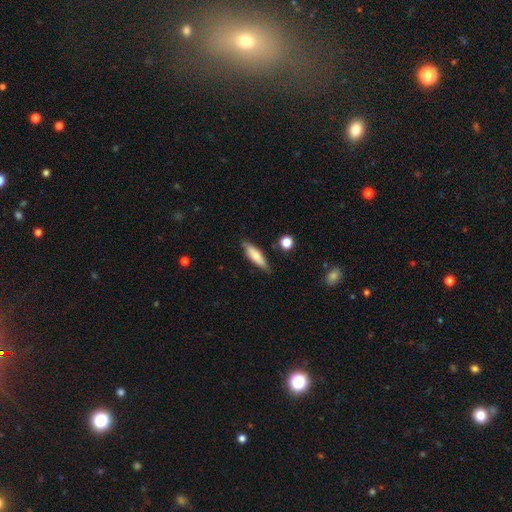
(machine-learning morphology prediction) smooth-or-featured: smooth: 77% | featured or disk: 17% | star or artifact: 6%
  how-rounded: cigar-shaped: 63% | in between: 35% | round: 2%
  merging: none: 83% | minor disturbance: 13% | major disturbance: 2% | merger: 2%